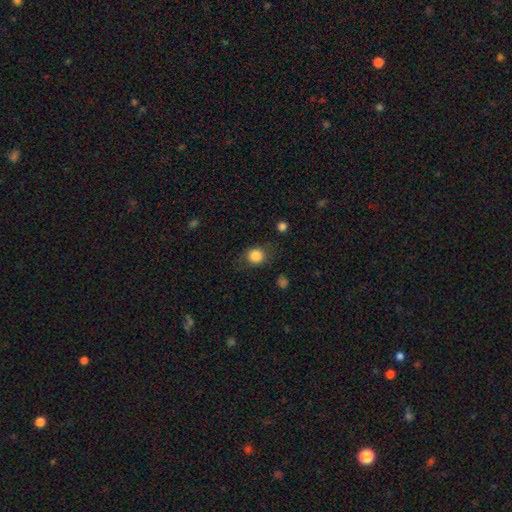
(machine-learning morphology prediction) type=smooth (84%); roundness=round (79%); merging=none (75%).